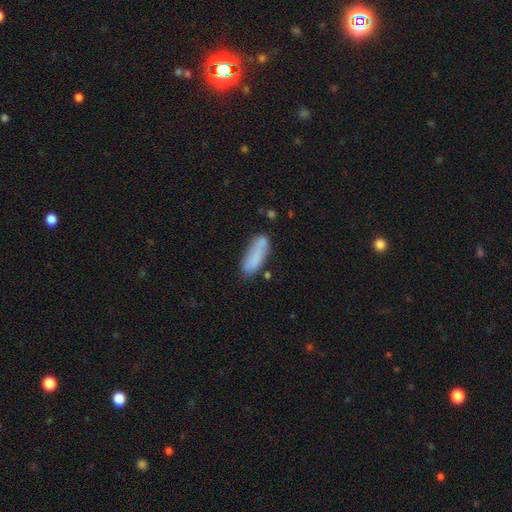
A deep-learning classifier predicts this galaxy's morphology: smooth 79%, featured or disk 14%, star or artifact 8%. Down the decision tree: how rounded — in between (51%); merging — none (62%).